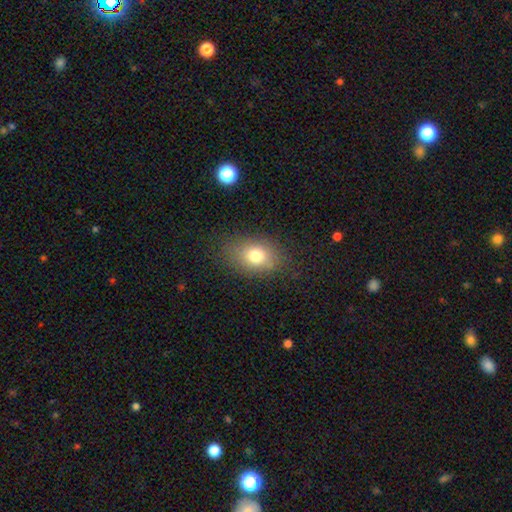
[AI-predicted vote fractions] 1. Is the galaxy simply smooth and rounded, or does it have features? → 76% smooth, 13% featured or disk, 11% star or artifact.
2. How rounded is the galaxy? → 72% in between, 27% round, 1% cigar-shaped.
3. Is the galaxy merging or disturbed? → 79% none, 14% minor disturbance, 6% major disturbance, 1% merger.